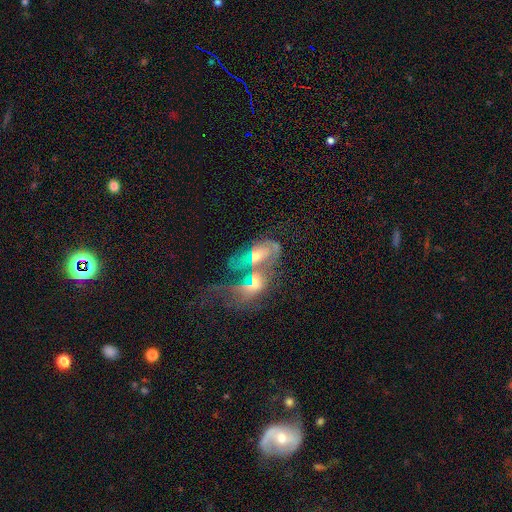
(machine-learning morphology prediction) featured or disk 56%, smooth 30%, star or artifact 14%. Down the decision tree: edge-on disk — no (92%); bar — no (70%); spiral arms — yes (55%); bulge size — moderate (57%); merging — merger (69%).